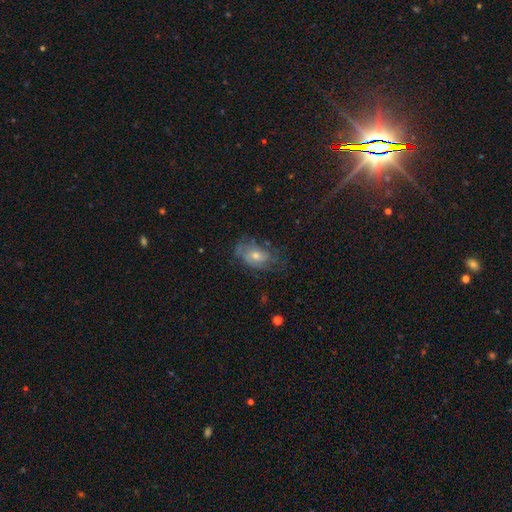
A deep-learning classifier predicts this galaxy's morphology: smooth_or_featured: featured or disk (p=0.58) [alt: smooth p=0.28]
disk_edge_on: no (p=0.93) [alt: yes p=0.07]
bar: no (p=0.74) [alt: weak p=0.22]
has_spiral_arms: yes (p=0.73) [alt: no p=0.27]
bulge_size: moderate (p=0.54) [alt: small p=0.40]
merging: none (p=0.60) [alt: minor disturbance p=0.24]